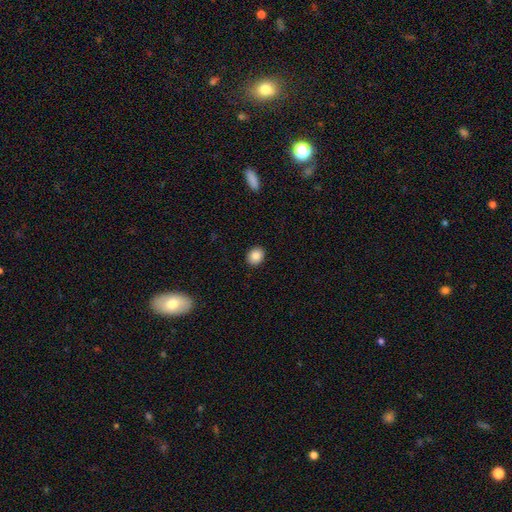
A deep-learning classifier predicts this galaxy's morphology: This appears to be a smooth galaxy with no disk features (85%) that is round (60%). Merging: none (92%).